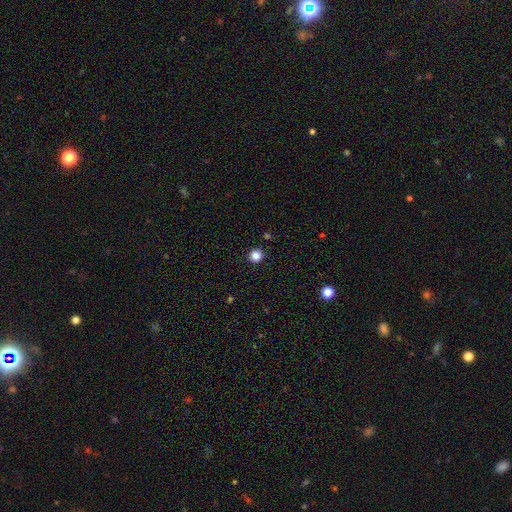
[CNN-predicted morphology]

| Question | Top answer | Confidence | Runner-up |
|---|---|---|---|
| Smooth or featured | smooth | 85% | star or artifact (12%) |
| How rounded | round | 94% | in between (5%) |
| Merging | none | 93% | minor disturbance (5%) |